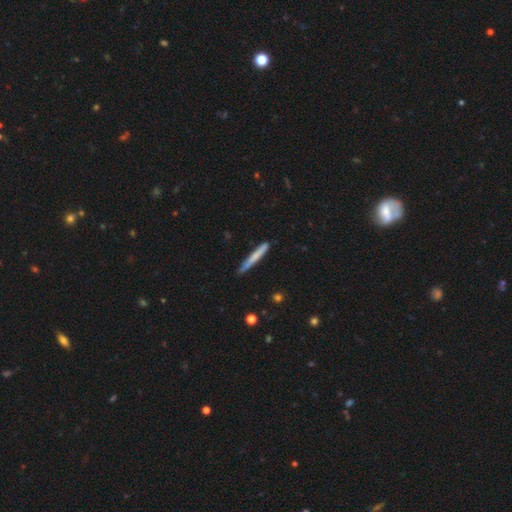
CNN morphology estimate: Smooth or featured?
  - smooth: 65% *
  - featured or disk: 29%
  - star or artifact: 6%
How rounded?
  - cigar-shaped: 96% *
  - in between: 3%
  - round: 1%
Merging?
  - none: 79% *
  - minor disturbance: 17%
  - major disturbance: 2%
  - merger: 2%